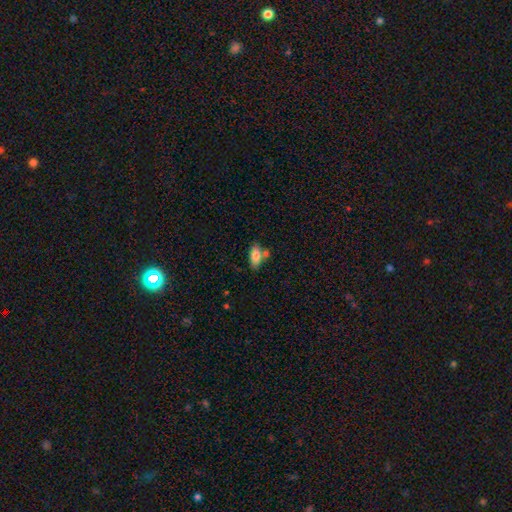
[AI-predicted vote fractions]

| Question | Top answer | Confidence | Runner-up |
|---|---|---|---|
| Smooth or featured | smooth | 80% | featured or disk (13%) |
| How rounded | in between | 87% | cigar-shaped (10%) |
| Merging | none | 61% | merger (21%) |